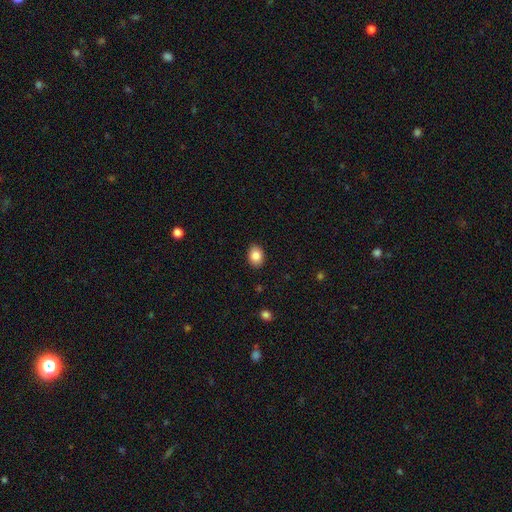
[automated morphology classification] smooth 85%, star or artifact 8%, featured or disk 6%. Down the decision tree: how rounded — in between (68%); merging — none (90%).